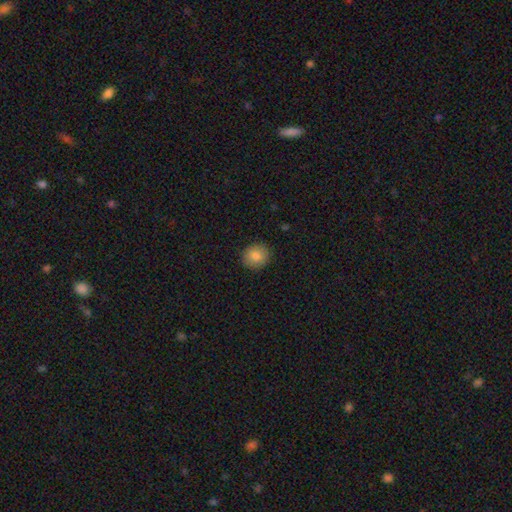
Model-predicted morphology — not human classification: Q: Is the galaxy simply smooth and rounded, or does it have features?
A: smooth — 84%.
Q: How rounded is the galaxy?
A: round — 78%.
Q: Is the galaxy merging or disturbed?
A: none — 90%.